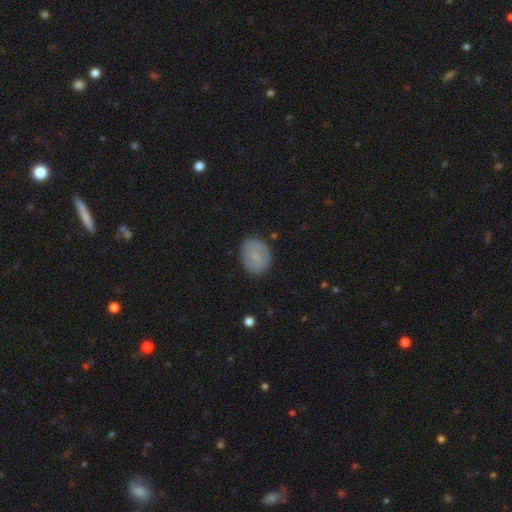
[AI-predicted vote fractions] Smooth or featured? smooth (70%)
How rounded? in between (53%)
Merging? none (82%)